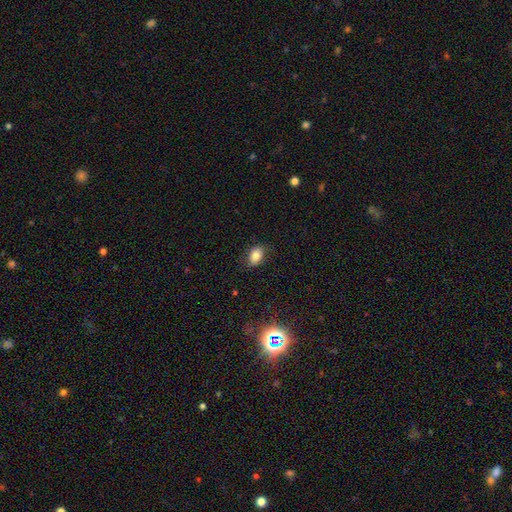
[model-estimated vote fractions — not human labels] Q: Smooth or featured?
A: smooth (79%); runner-up: star or artifact (11%)
Q: How rounded?
A: in between (82%); runner-up: round (17%)
Q: Merging?
A: none (81%); runner-up: minor disturbance (14%)